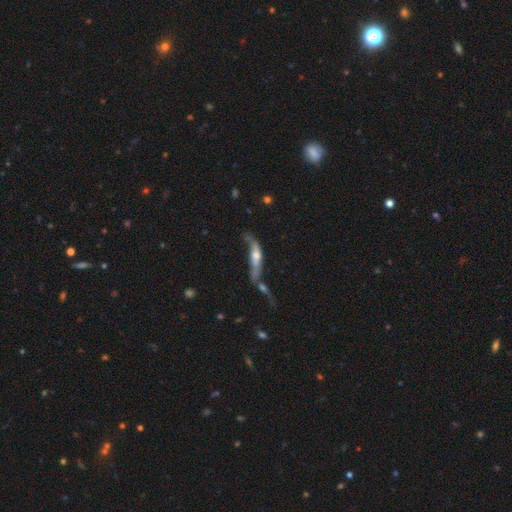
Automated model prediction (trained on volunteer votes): This appears to be a featured or disk galaxy (55%) viewed edge-on (57%). Merging: merger (38%).